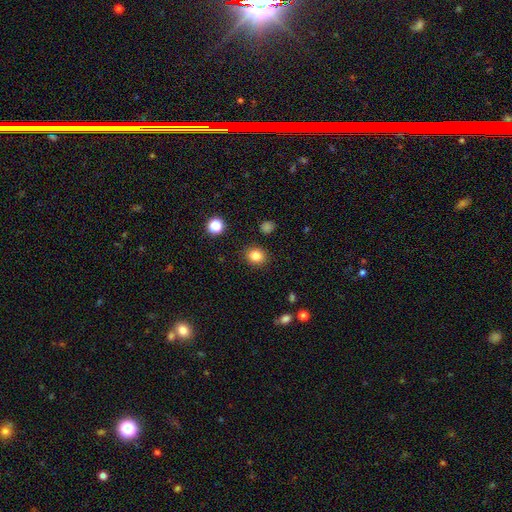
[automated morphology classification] Smooth or featured? Predicted: smooth (p=0.83). How rounded? Predicted: round (p=0.69). Merging? Predicted: none (p=0.89).